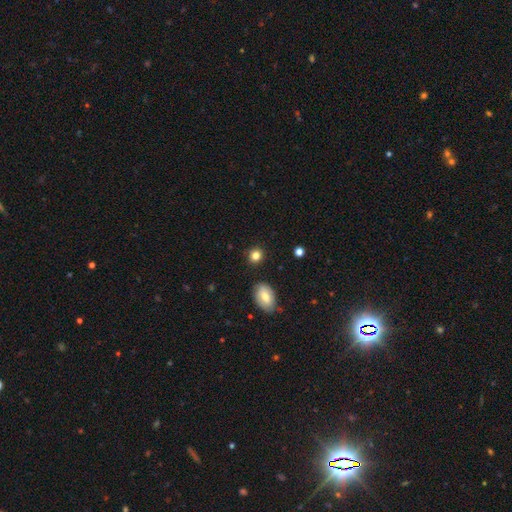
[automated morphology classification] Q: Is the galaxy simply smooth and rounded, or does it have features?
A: smooth — 83%.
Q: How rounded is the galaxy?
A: round — 78%.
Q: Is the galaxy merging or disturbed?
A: none — 87%.